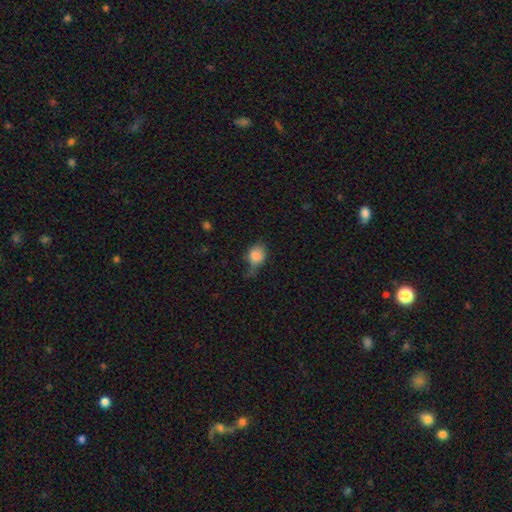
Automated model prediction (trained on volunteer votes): smooth-or-featured: smooth: 83% | star or artifact: 9% | featured or disk: 8%
  how-rounded: in between: 50% | round: 49% | cigar-shaped: 1%
  merging: none: 43% | minor disturbance: 38% | major disturbance: 15% | merger: 4%